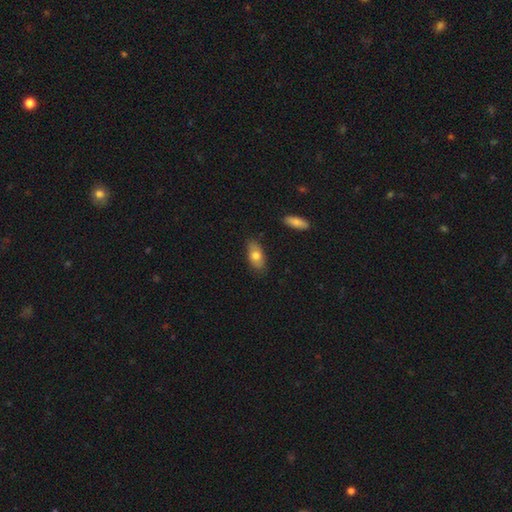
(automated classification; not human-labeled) A smooth galaxy with no disk features (74%) that is in between round and cigar-shaped (89%).

Vote fractions:
- Smooth or featured? smooth: 74% / featured or disk: 20% / star or artifact: 6%
- How rounded? in between: 89% / cigar-shaped: 7% / round: 4%
- Merging? none: 82% / minor disturbance: 14% / major disturbance: 2% / merger: 2%